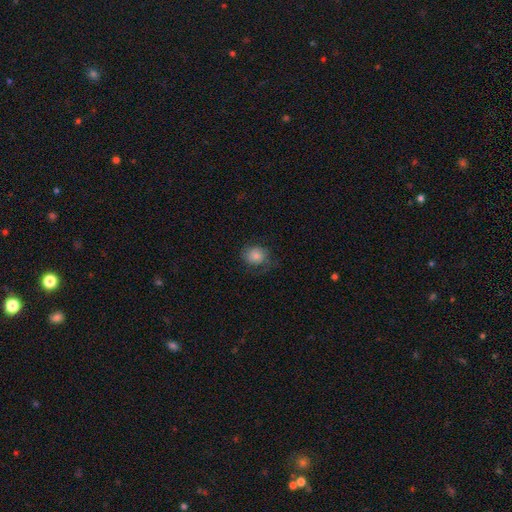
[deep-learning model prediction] A smooth galaxy with no disk features (77%) that is round (73%).

Vote fractions:
- Smooth or featured? smooth: 77% / featured or disk: 14% / star or artifact: 9%
- How rounded? round: 73% / in between: 26% / cigar-shaped: 1%
- Merging? none: 64% / minor disturbance: 22% / major disturbance: 13% / merger: 1%